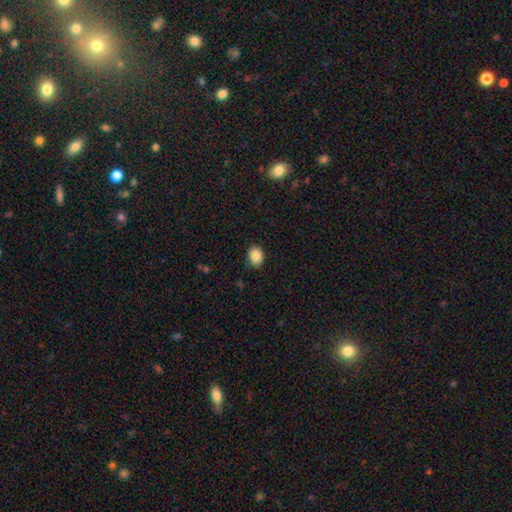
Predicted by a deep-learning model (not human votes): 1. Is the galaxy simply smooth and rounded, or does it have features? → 88% smooth, 9% star or artifact, 4% featured or disk.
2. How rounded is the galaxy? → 59% in between, 40% round, 1% cigar-shaped.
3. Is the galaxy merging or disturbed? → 87% none, 10% minor disturbance, 2% major disturbance, 1% merger.